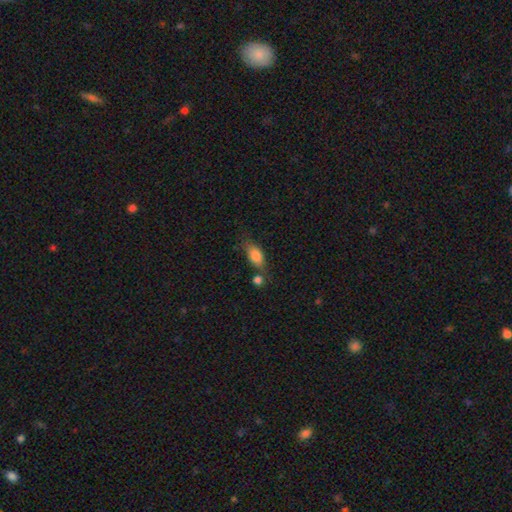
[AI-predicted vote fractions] Smooth or featured: smooth — 81% (featured or disk — 11%)
How rounded: in between — 83% (cigar-shaped — 10%)
Merging: none — 54% (minor disturbance — 20%)